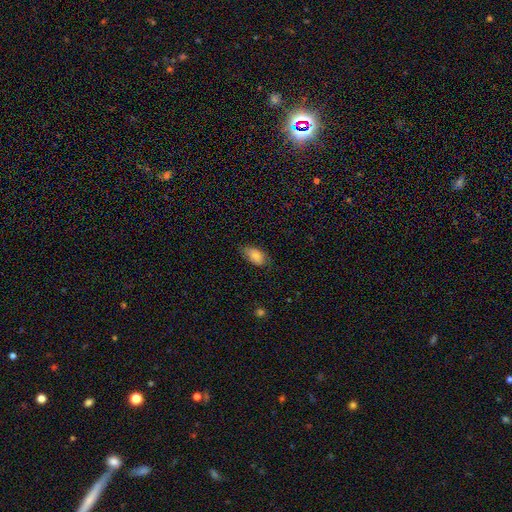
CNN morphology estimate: This is clearly a smooth galaxy (83%). How rounded: clearly in between (92%). Merging: likely none (70%).